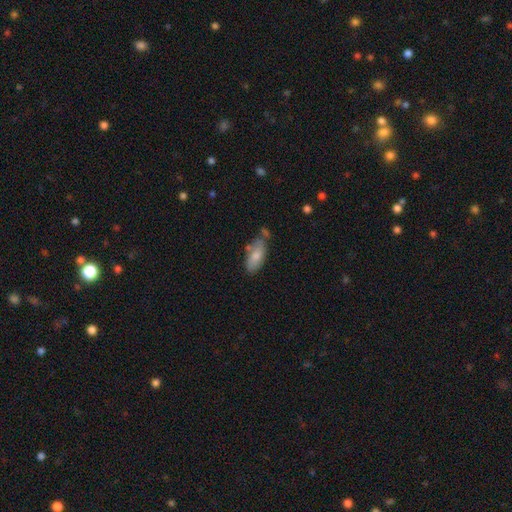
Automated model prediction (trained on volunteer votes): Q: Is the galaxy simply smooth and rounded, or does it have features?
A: smooth — 77%.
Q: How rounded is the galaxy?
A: in between — 86%.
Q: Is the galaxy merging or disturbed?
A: none — 54%.